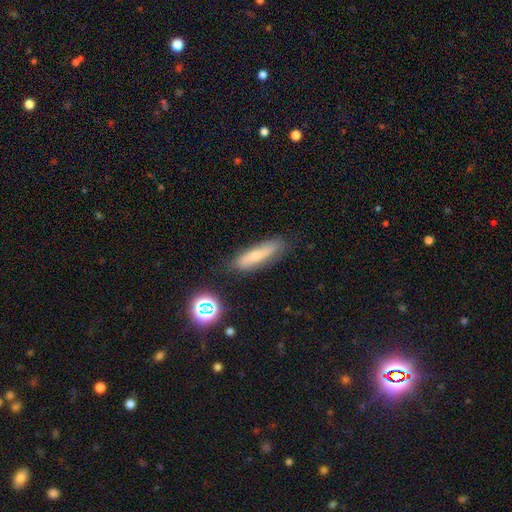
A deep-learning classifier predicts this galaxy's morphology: Smooth or featured: smooth — 55% (featured or disk — 35%)
How rounded: cigar-shaped — 67% (in between — 30%)
Merging: none — 79% (minor disturbance — 15%)